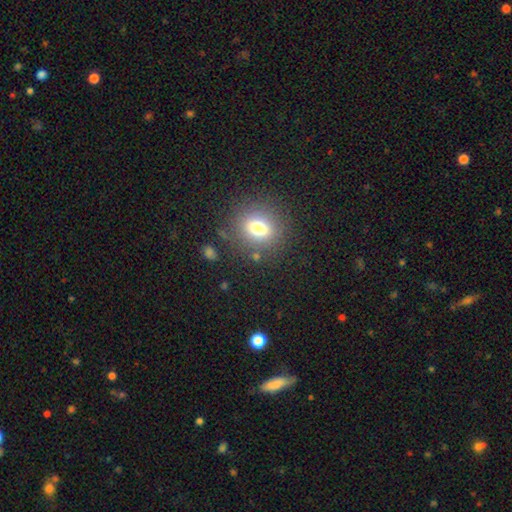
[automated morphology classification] A smooth galaxy with no disk features (75%) that is round (70%). Merging: none (84%).